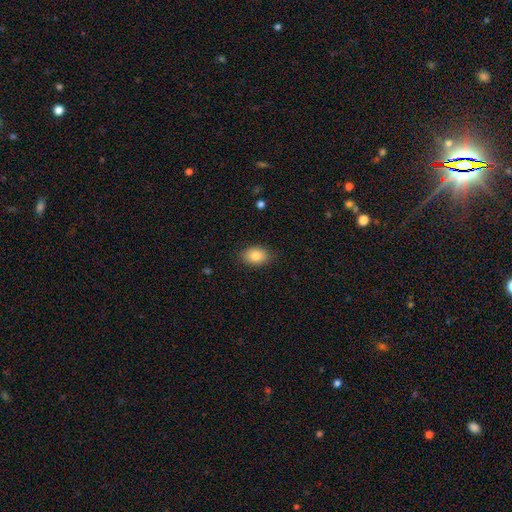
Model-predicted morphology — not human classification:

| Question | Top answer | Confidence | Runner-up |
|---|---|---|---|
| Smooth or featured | smooth | 83% | featured or disk (9%) |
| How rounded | in between | 82% | round (17%) |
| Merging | none | 86% | minor disturbance (10%) |